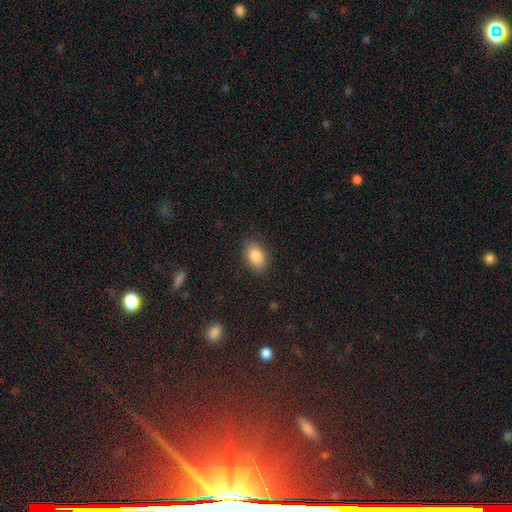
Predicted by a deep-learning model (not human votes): This appears to be a smooth galaxy with no disk features (85%) that is in between round and cigar-shaped (87%). Merging: none (86%).